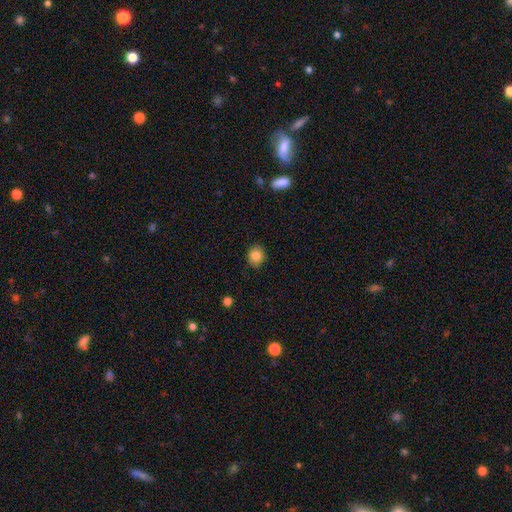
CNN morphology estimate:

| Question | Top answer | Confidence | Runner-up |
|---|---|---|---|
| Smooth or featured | smooth | 84% | star or artifact (10%) |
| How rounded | round | 70% | in between (29%) |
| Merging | none | 84% | minor disturbance (12%) |